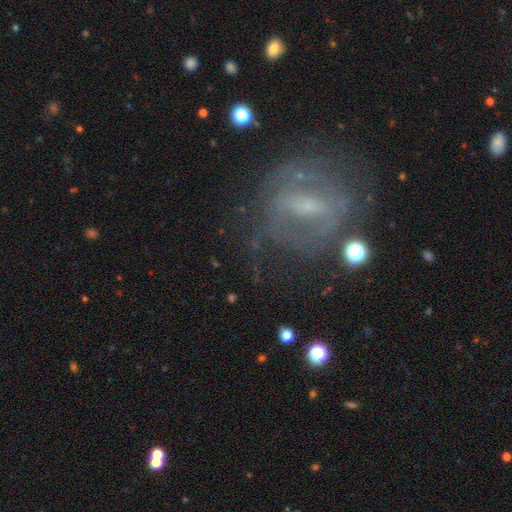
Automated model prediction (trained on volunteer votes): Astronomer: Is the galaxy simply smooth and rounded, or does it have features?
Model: featured or disk — 67%.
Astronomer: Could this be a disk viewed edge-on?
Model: no — 89%.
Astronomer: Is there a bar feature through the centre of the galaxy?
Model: strong — 43% (runner-up: weak, 40%).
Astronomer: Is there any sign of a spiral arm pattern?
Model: yes — 62% (runner-up: no, 38%).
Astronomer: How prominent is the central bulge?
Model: small — 54%.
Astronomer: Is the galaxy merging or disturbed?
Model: none — 64%.